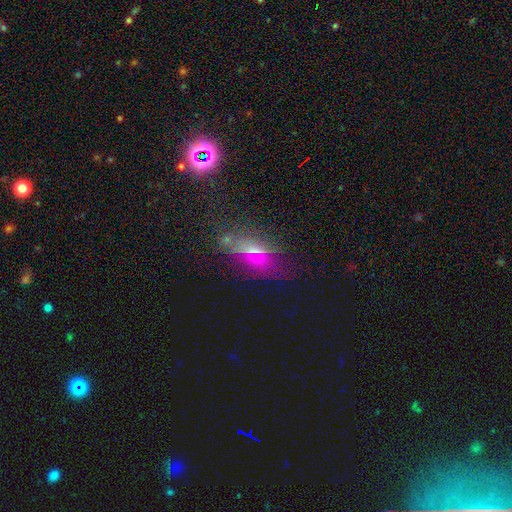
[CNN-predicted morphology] A smooth galaxy with no disk features (47%). Merging: none (73%).